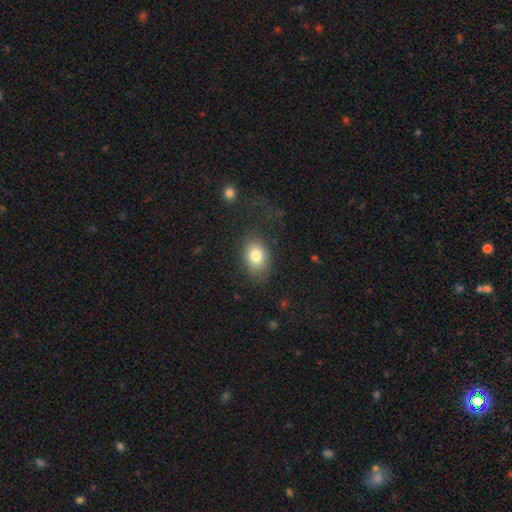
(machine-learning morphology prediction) Smooth or featured?
  - smooth: 80% *
  - featured or disk: 11%
  - star or artifact: 9%
How rounded?
  - in between: 74% *
  - round: 25%
  - cigar-shaped: 1%
Merging?
  - none: 70% *
  - minor disturbance: 17%
  - major disturbance: 12%
  - merger: 2%